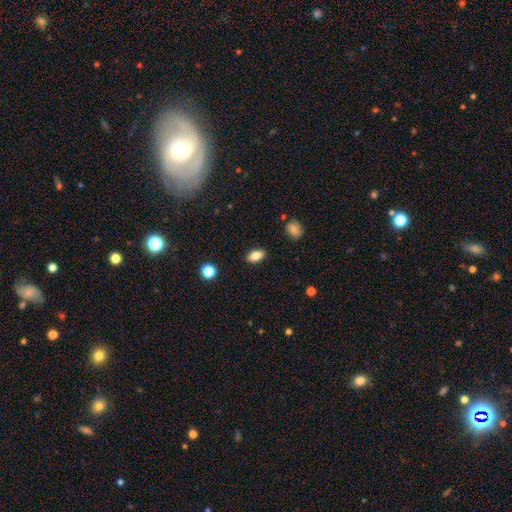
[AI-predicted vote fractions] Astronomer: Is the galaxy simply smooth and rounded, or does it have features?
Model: smooth — 82%.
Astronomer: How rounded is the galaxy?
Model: in between — 88%.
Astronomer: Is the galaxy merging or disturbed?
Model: none — 88%.